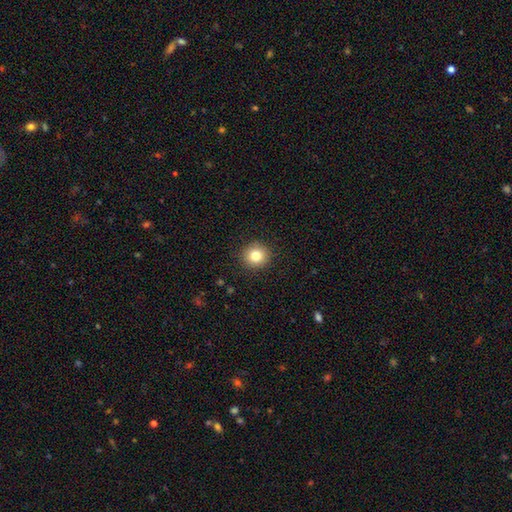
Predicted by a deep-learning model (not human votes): smooth 81%, star or artifact 11%, featured or disk 8%. Down the decision tree: how rounded — round (92%); merging — none (91%).